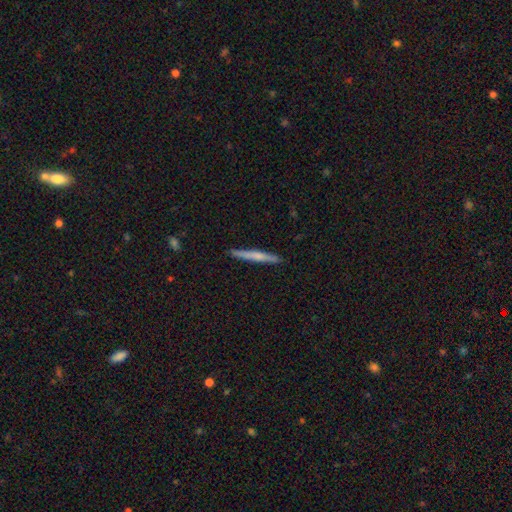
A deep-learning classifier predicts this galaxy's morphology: smooth 50%, featured or disk 45%, star or artifact 6%. Down the decision tree: merging — none (91%).